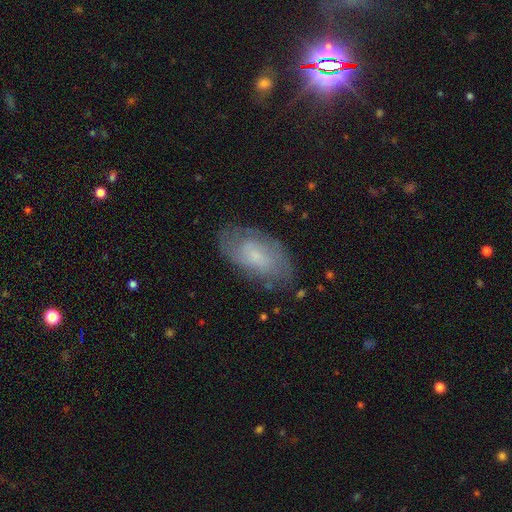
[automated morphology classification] Smooth or featured: featured or disk — 51% (smooth — 41%)
Edge-on disk: no — 93% (yes — 7%)
Merging: none — 73% (minor disturbance — 19%)